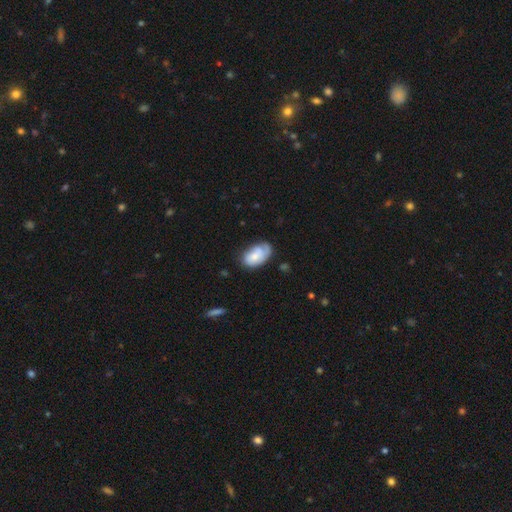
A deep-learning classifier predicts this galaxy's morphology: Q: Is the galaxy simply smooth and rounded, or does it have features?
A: smooth — 52%.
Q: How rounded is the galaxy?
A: in between — 91%.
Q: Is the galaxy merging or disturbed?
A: none — 52%.